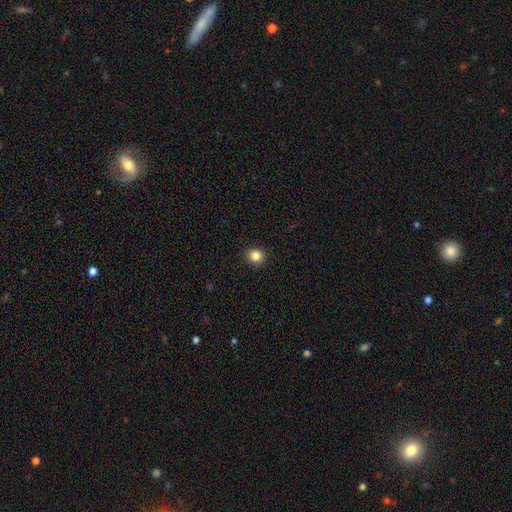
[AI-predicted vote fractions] Morphology: type=smooth (85%); roundness=round (92%); merging=none (92%).